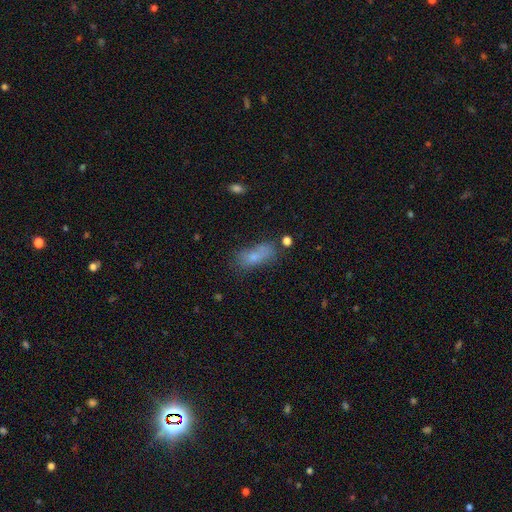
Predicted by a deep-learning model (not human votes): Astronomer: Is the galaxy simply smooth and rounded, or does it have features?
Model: smooth — 68%.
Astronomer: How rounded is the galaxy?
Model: in between — 73%.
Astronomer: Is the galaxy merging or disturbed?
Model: none — 47% (runner-up: minor disturbance, 25%).